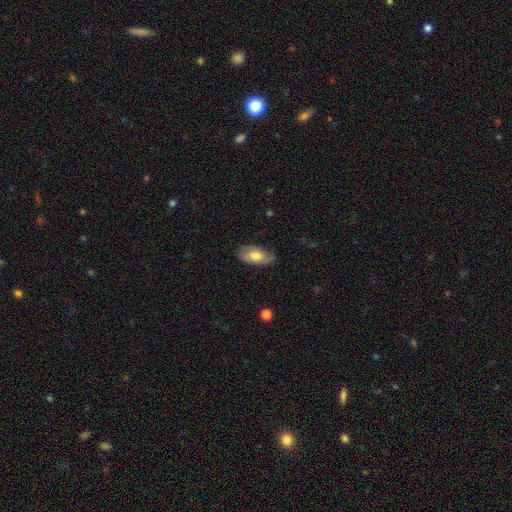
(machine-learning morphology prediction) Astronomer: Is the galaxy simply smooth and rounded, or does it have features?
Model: smooth — 58% (runner-up: featured or disk, 36%).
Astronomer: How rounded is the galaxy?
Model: in between — 92%.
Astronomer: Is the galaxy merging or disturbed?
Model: none — 73%.